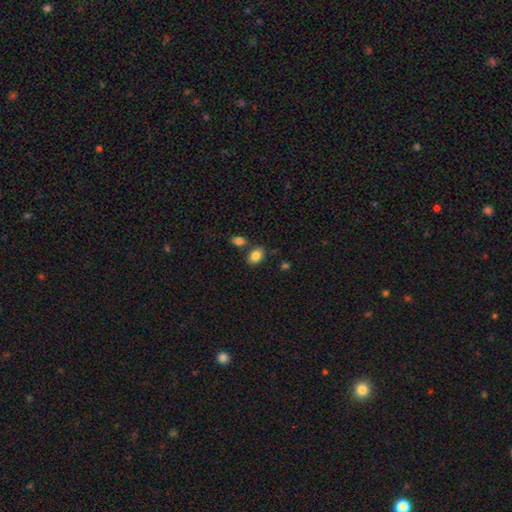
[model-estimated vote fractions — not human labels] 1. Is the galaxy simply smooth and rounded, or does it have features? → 85% smooth, 9% star or artifact, 7% featured or disk.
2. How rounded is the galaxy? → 74% in between, 25% round, 1% cigar-shaped.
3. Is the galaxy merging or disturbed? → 73% none, 12% merger, 12% minor disturbance, 3% major disturbance.